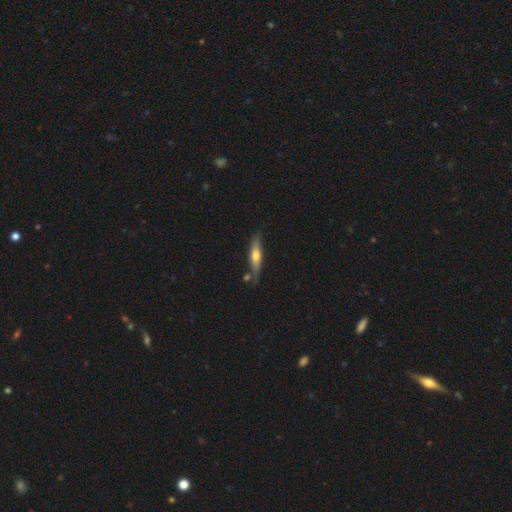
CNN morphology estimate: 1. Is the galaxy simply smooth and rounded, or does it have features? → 51% featured or disk, 43% smooth, 6% star or artifact.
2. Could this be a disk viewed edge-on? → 87% yes, 13% no.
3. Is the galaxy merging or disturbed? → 72% none, 17% minor disturbance, 7% merger, 4% major disturbance.